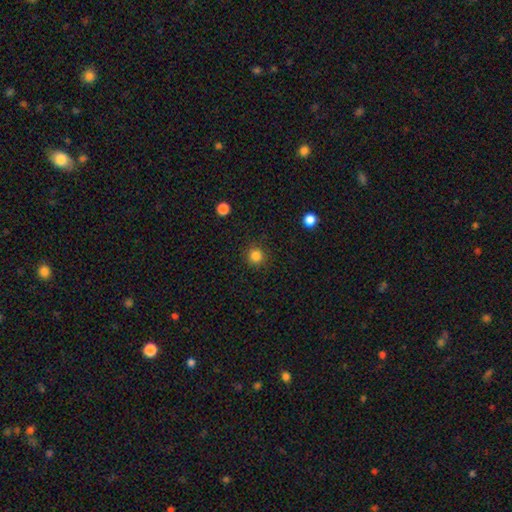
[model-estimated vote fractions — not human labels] A smooth galaxy with no disk features (84%) that is round (95%). Merging: none (91%).